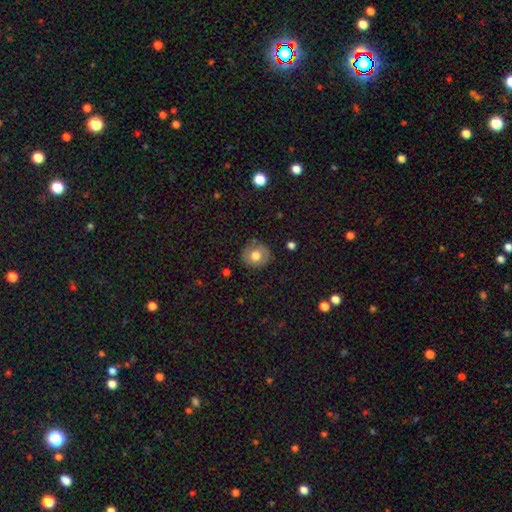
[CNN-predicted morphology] smooth-or-featured: smooth: 68% | featured or disk: 23% | star or artifact: 8%
  how-rounded: round: 84% | in between: 15% | cigar-shaped: 1%
  merging: none: 82% | minor disturbance: 13% | major disturbance: 3% | merger: 1%